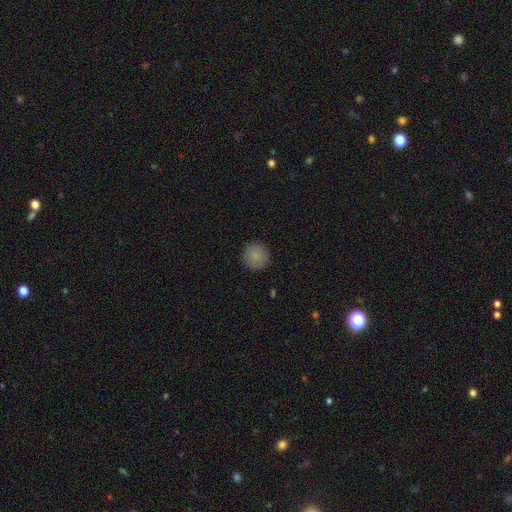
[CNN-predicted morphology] type=smooth (85%); roundness=round (95%); merging=none (91%).